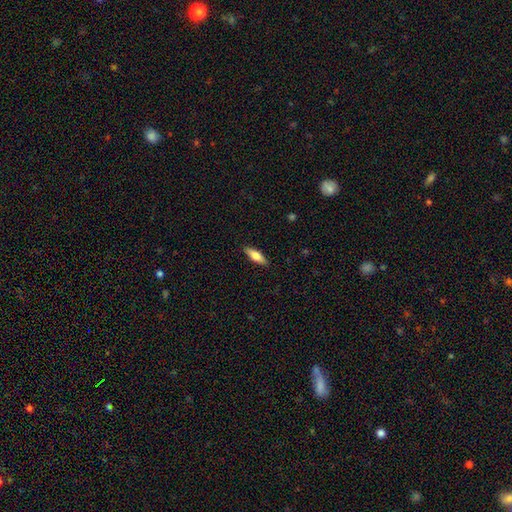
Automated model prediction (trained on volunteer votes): This is likely a smooth galaxy (65%). How rounded: possibly in between (51%). Merging: clearly none (88%).